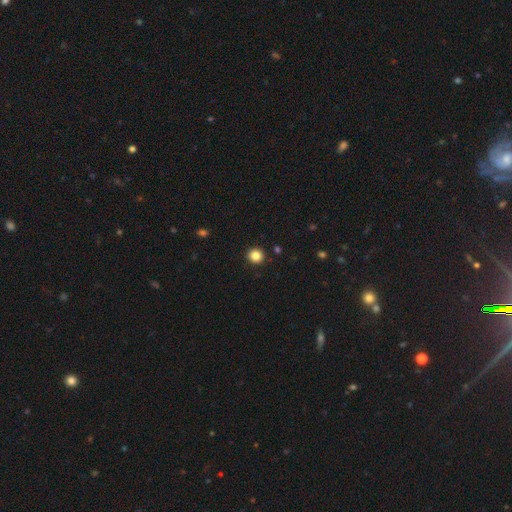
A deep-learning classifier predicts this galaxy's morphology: smooth 85%, star or artifact 11%, featured or disk 4%. Down the decision tree: how rounded — round (92%); merging — none (92%).